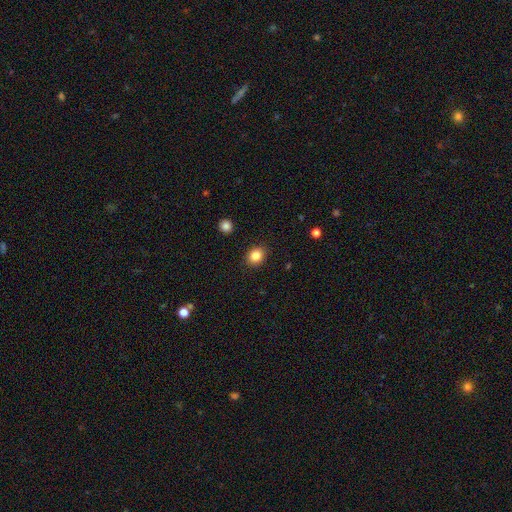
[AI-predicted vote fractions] smooth_or_featured: smooth (p=0.84) [alt: star or artifact p=0.10]
how_rounded: round (p=0.61) [alt: in between p=0.38]
merging: none (p=0.90) [alt: minor disturbance p=0.07]